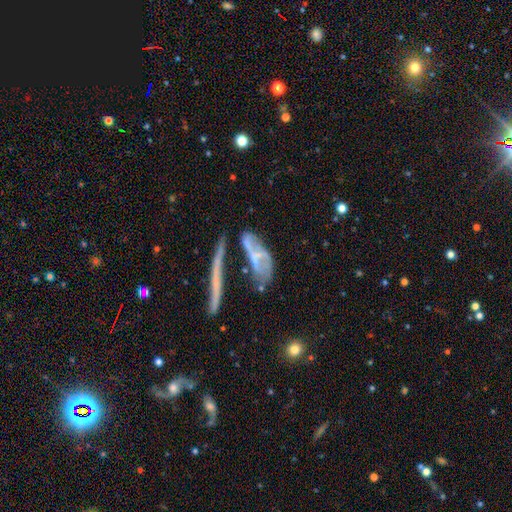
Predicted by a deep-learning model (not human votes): Smooth or featured? Predicted: featured or disk (p=0.58). Edge-on disk? Predicted: no (p=0.77). Merging? Predicted: merger (p=0.34).